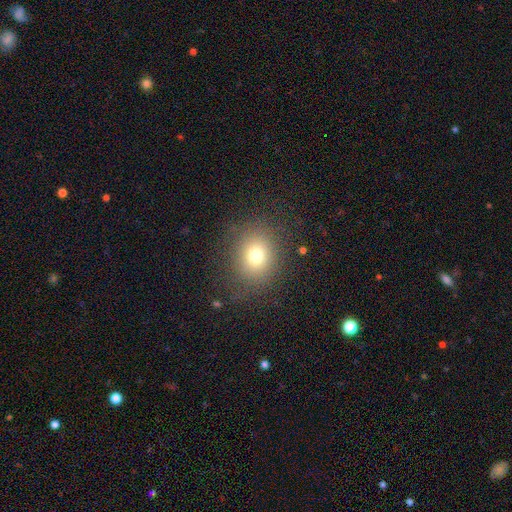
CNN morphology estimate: smooth_or_featured: smooth (p=0.74) [alt: star or artifact p=0.15]
how_rounded: round (p=0.69) [alt: in between p=0.30]
merging: none (p=0.82) [alt: minor disturbance p=0.11]